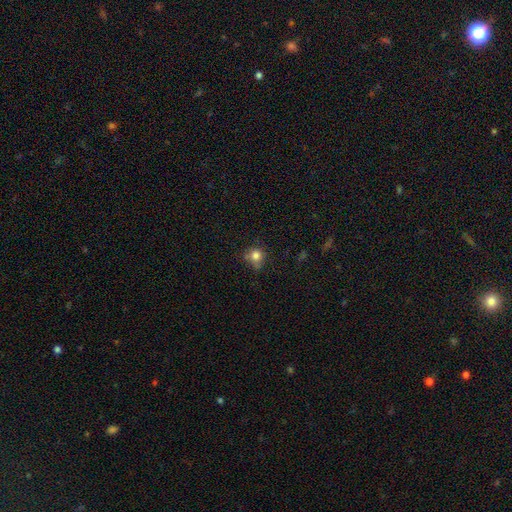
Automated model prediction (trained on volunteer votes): Smooth or featured: smooth — 79% (star or artifact — 12%)
How rounded: round — 80% (in between — 19%)
Merging: none — 58% (minor disturbance — 28%)